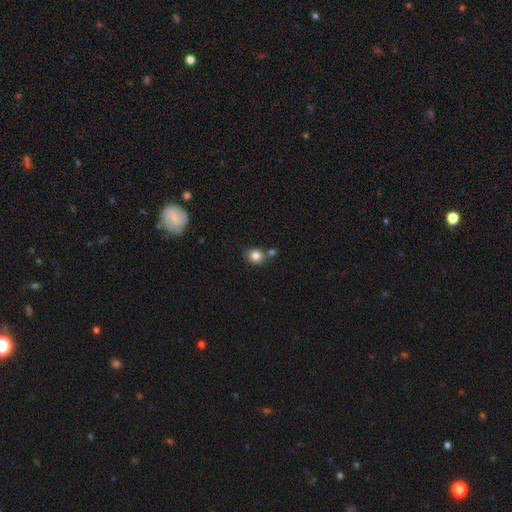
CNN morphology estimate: Smooth or featured? Predicted: smooth (p=0.83). How rounded? Predicted: round (p=0.67). Merging? Predicted: none (p=0.63).